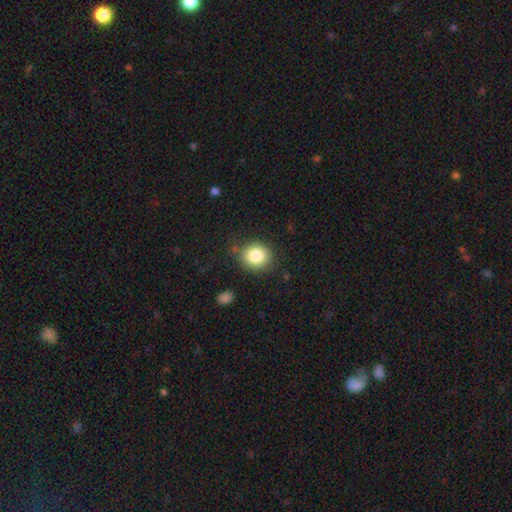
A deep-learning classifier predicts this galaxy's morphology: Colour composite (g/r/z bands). It shows a smooth galaxy with no disk features (83%) that is round (76%). Merging: none (83%).